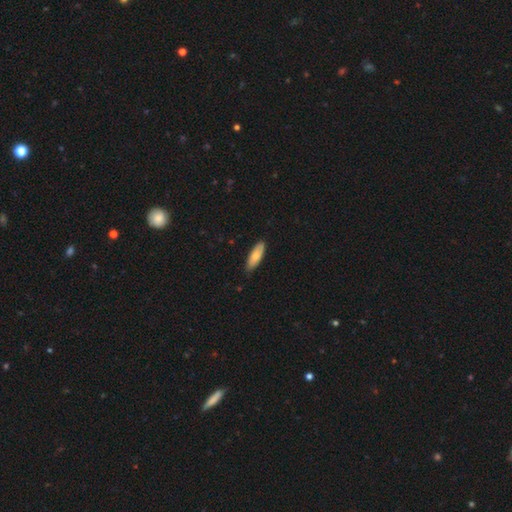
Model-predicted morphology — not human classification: smooth 75%, featured or disk 20%, star or artifact 5%. Down the decision tree: how rounded — in between (60%); merging — none (83%).